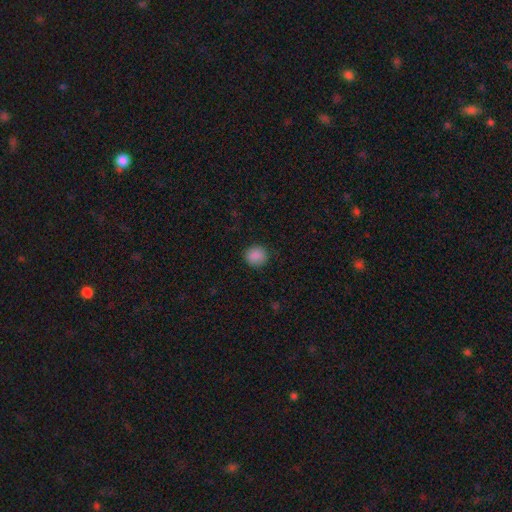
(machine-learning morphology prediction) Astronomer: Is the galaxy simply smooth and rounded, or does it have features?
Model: smooth — 88%.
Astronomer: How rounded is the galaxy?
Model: round — 87%.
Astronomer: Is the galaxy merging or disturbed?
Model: none — 88%.